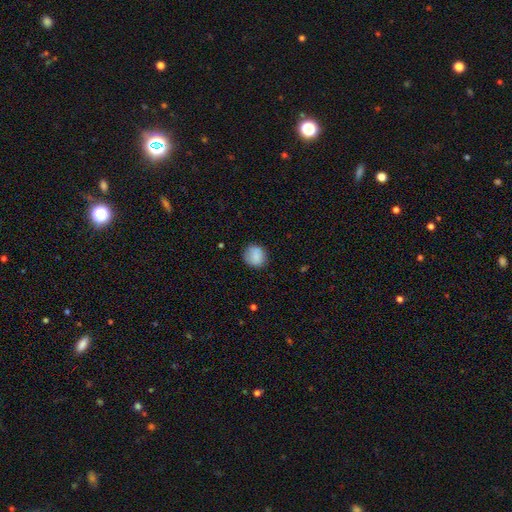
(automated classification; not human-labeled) This appears to be a smooth galaxy with no disk features (84%) that is round (77%). Merging: none (80%).